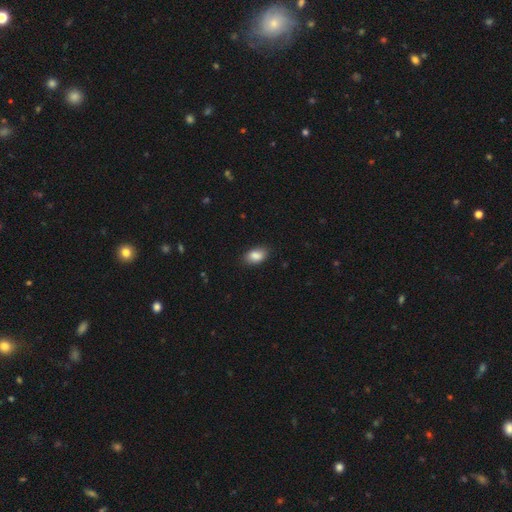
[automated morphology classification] A smooth galaxy with no disk features (88%) that is in between round and cigar-shaped (90%). Merging: none (84%).